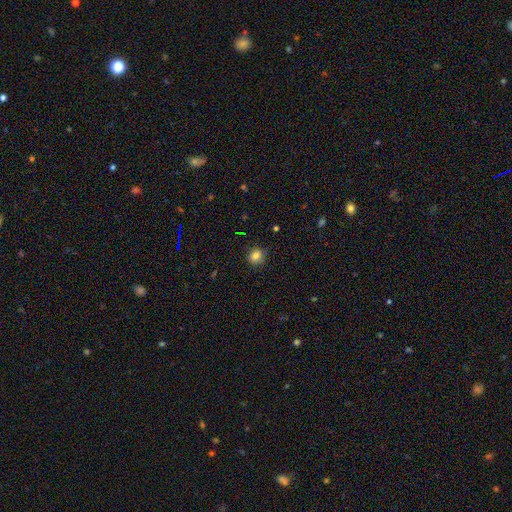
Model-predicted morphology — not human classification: smooth-or-featured: smooth: 82% | star or artifact: 12% | featured or disk: 6%
  how-rounded: round: 77% | in between: 22% | cigar-shaped: 1%
  merging: none: 86% | minor disturbance: 11% | major disturbance: 2% | merger: 1%